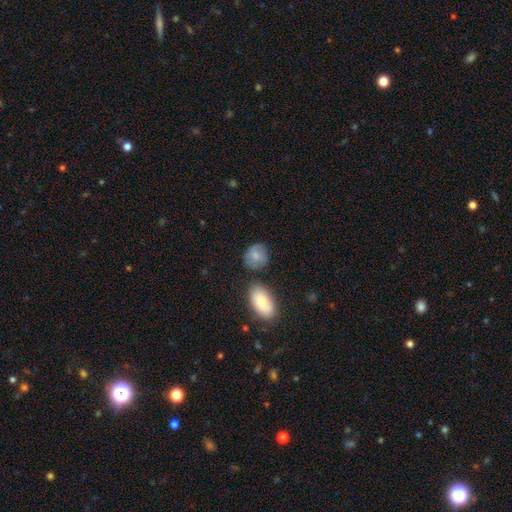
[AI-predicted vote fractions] smooth_or_featured: smooth (p=0.82) [alt: featured or disk p=0.10]
how_rounded: round (p=0.68) [alt: in between p=0.31]
merging: none (p=0.67) [alt: minor disturbance p=0.19]